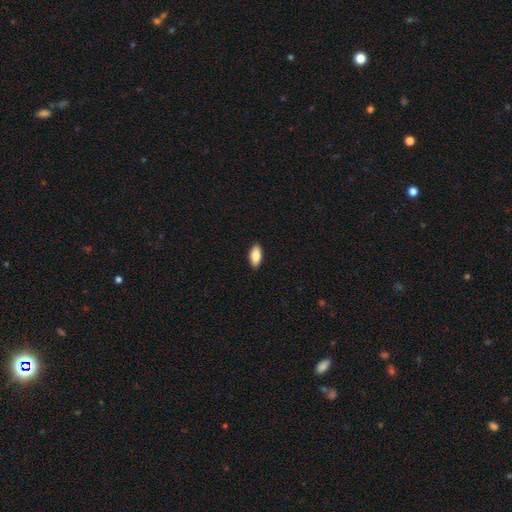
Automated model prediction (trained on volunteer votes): Morphology: type=smooth (85%); roundness=in between (89%); merging=none (90%).